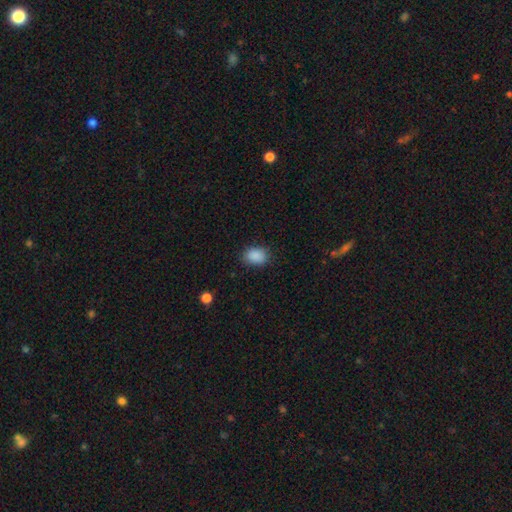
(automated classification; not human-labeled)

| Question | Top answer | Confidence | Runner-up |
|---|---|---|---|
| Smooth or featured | smooth | 88% | star or artifact (9%) |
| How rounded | in between | 74% | round (25%) |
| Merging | none | 82% | minor disturbance (14%) |